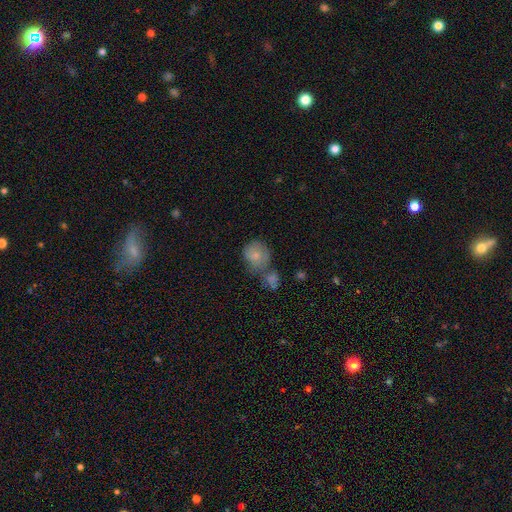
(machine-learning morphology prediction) Smooth or featured?
  - smooth: 76% *
  - featured or disk: 16%
  - star or artifact: 8%
How rounded?
  - round: 77% *
  - in between: 22%
  - cigar-shaped: 1%
Merging?
  - merger: 39% *
  - none: 38%
  - minor disturbance: 16%
  - major disturbance: 7%